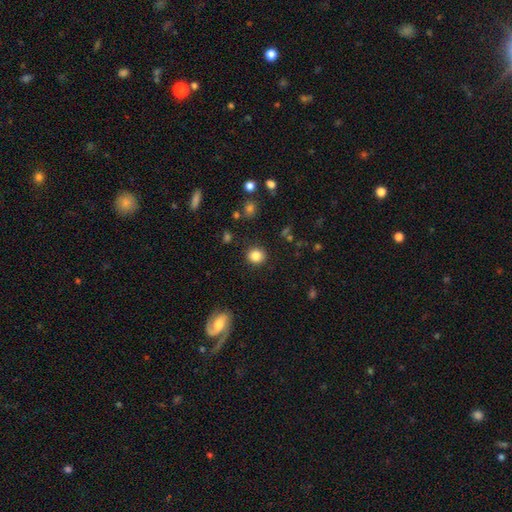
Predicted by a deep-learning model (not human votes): The model was most divided on "how rounded": round: 86%, in between: 13%, cigar-shaped: 1%. More confident: merging — none (90%); smooth or featured — smooth (84%).